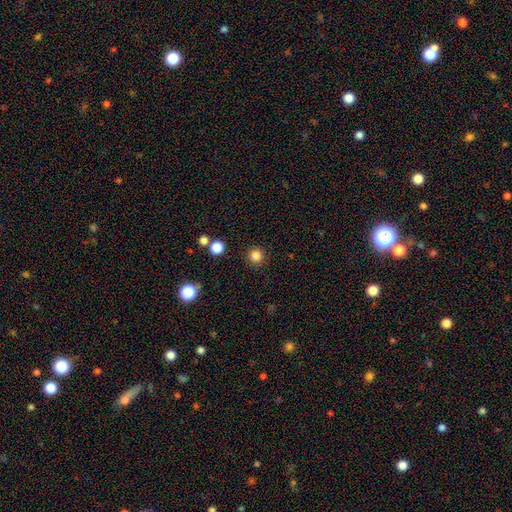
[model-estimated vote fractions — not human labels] A smooth galaxy with no disk features (83%) that is round (93%). Merging: none (89%).